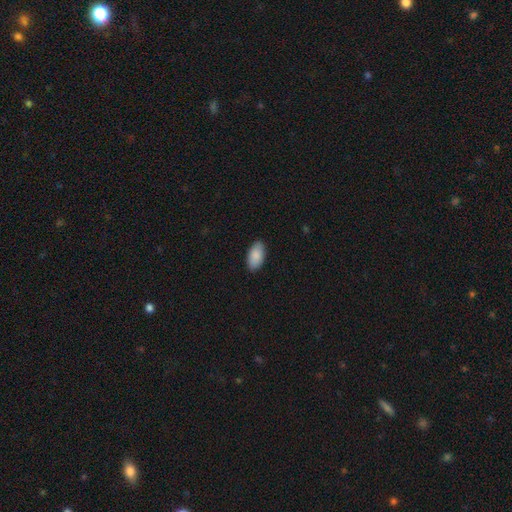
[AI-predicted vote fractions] Smooth or featured? smooth (89%)
How rounded? in between (95%)
Merging? none (89%)